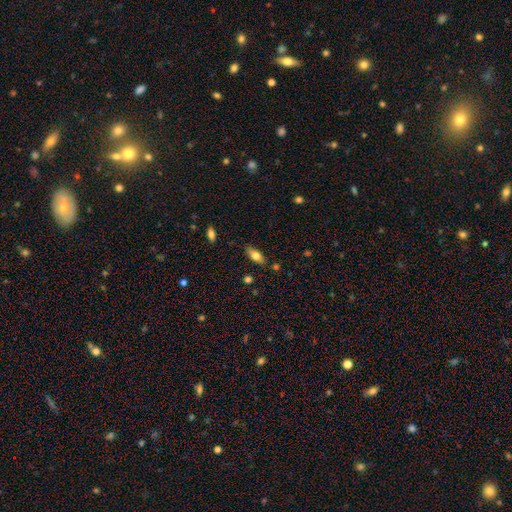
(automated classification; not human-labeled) This appears to be a smooth galaxy with no disk features (72%) that is in between round and cigar-shaped (80%). Merging: none (81%).